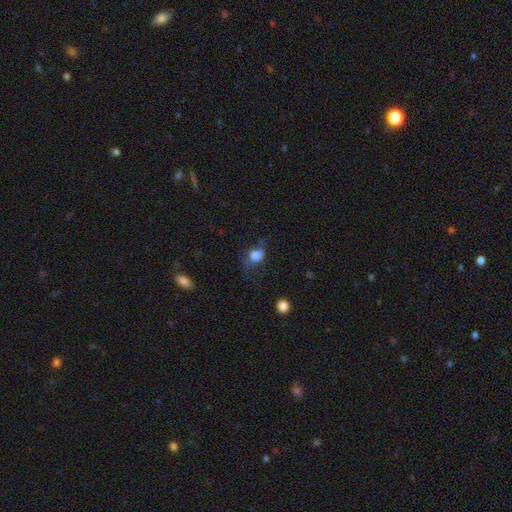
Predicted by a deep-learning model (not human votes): Q: Smooth or featured?
A: smooth (80%); runner-up: star or artifact (11%)
Q: How rounded?
A: round (52%); runner-up: in between (47%)
Q: Merging?
A: none (46%); runner-up: minor disturbance (30%)